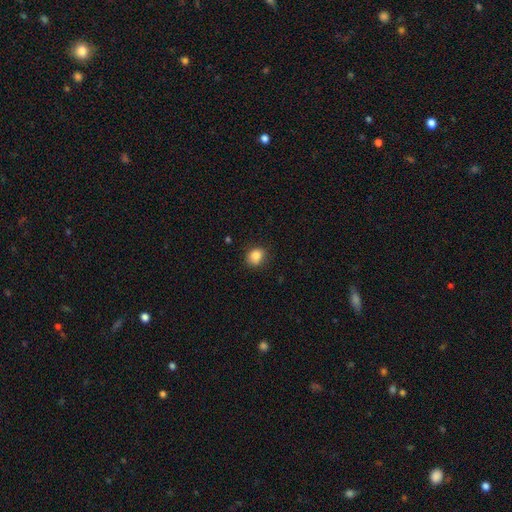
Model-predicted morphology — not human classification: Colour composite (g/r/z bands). It shows a smooth galaxy with no disk features (86%) that is round (65%). Merging: none (79%).